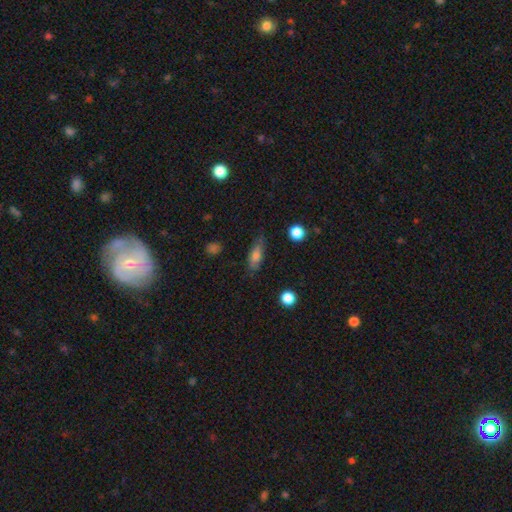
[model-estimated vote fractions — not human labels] A smooth galaxy with no disk features (73%) that is in between round and cigar-shaped (60%). Merging: none (74%).